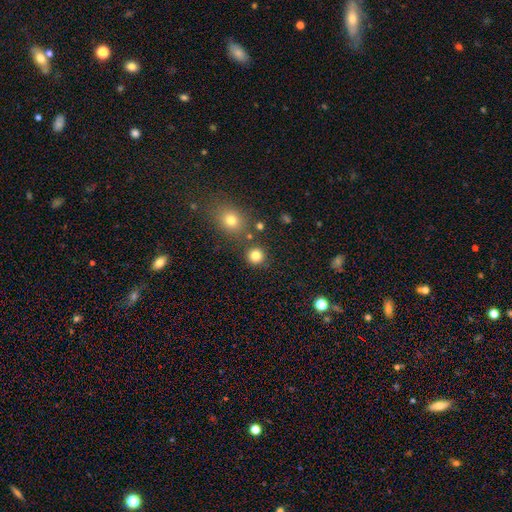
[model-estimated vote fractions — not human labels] smooth_or_featured: smooth (p=0.82) [alt: star or artifact p=0.13]
how_rounded: round (p=0.92) [alt: in between p=0.07]
merging: none (p=0.84) [alt: minor disturbance p=0.07]